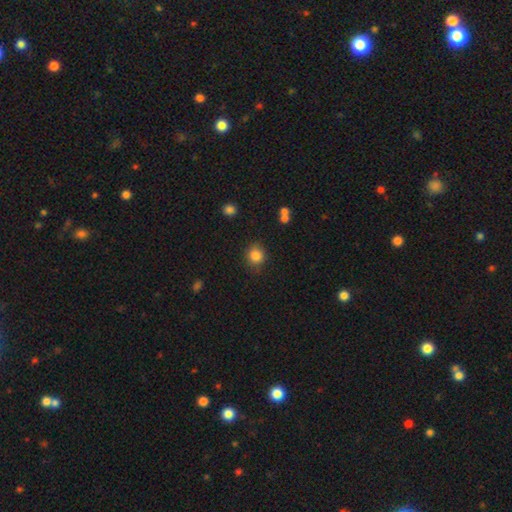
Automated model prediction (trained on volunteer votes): smooth 85%, star or artifact 10%, featured or disk 5%. Down the decision tree: how rounded — round (86%); merging — none (84%).